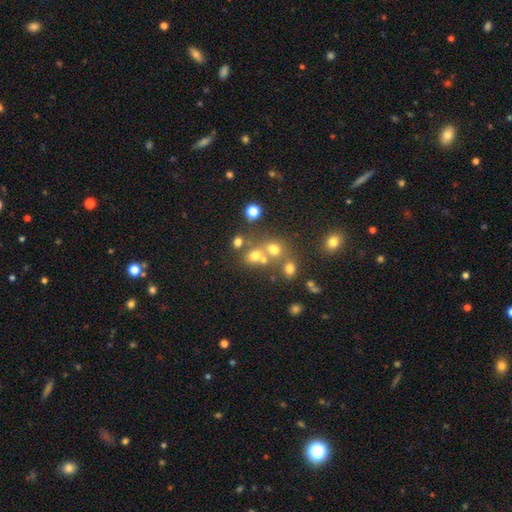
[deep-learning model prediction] This appears to be a smooth galaxy with no disk features (62%) that is round (71%). Merging: none (46%).